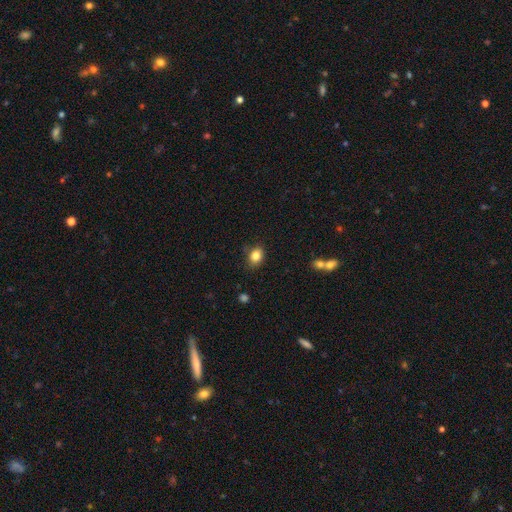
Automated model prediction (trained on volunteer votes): This appears to be a smooth galaxy with no disk features (84%) that is in between round and cigar-shaped (61%). Merging: none (80%).